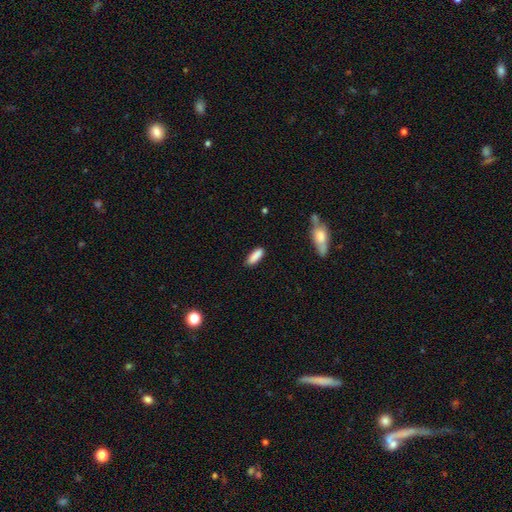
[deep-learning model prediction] smooth_or_featured: smooth (p=0.88) [alt: star or artifact p=0.07]
how_rounded: in between (p=0.60) [alt: cigar-shaped p=0.38]
merging: none (p=0.82) [alt: minor disturbance p=0.13]